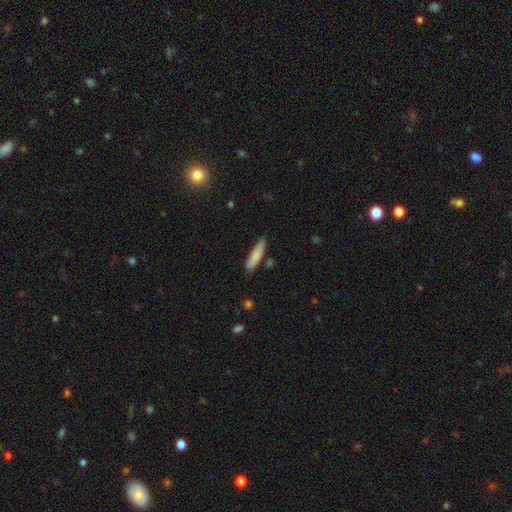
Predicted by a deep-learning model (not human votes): This is clearly a smooth galaxy (83%). How rounded: likely cigar-shaped (77%). Merging: clearly none (80%).